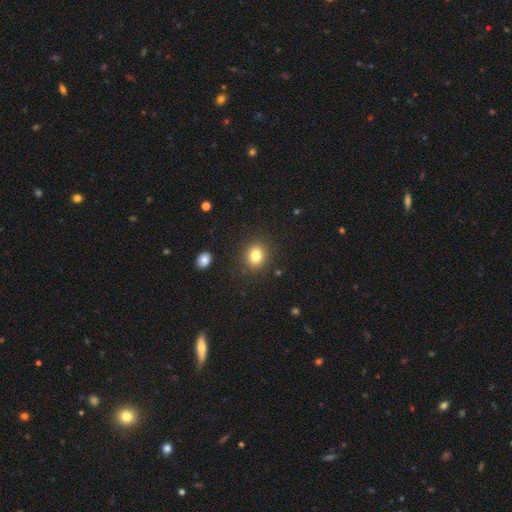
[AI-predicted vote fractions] Smooth or featured?
  - smooth: 81% *
  - star or artifact: 11%
  - featured or disk: 8%
How rounded?
  - round: 63% *
  - in between: 36%
  - cigar-shaped: 1%
Merging?
  - none: 88% *
  - minor disturbance: 8%
  - major disturbance: 3%
  - merger: 2%